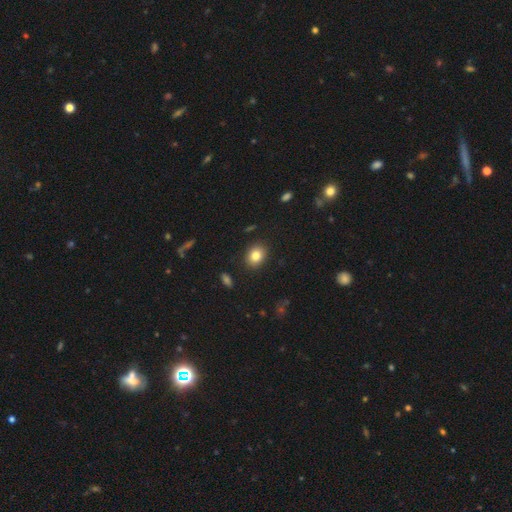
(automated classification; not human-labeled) A smooth galaxy with no disk features (82%) that is round (52%).

Vote fractions:
- Smooth or featured? smooth: 82% / star or artifact: 10% / featured or disk: 8%
- How rounded? round: 52% / in between: 47% / cigar-shaped: 1%
- Merging? none: 88% / minor disturbance: 8% / major disturbance: 2% / merger: 1%